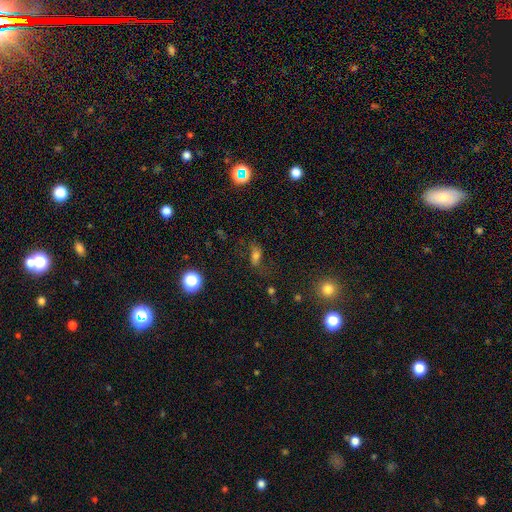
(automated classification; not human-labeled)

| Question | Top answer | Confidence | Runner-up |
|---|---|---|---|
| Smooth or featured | smooth | 49% | featured or disk (28%) |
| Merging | none | 61% | minor disturbance (19%) |